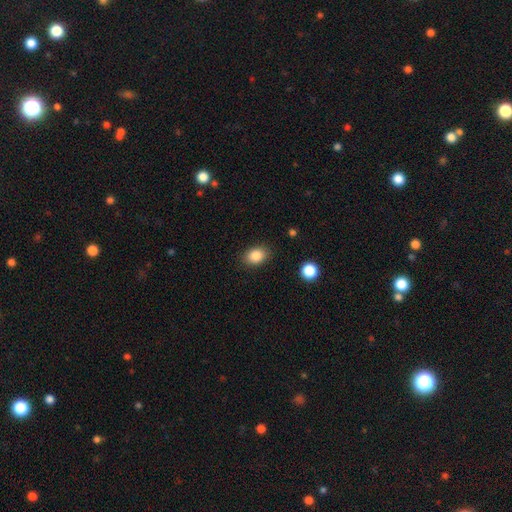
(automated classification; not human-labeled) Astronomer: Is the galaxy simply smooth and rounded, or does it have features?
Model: smooth — 86%.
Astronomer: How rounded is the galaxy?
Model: in between — 72%.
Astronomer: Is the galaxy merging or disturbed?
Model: none — 86%.